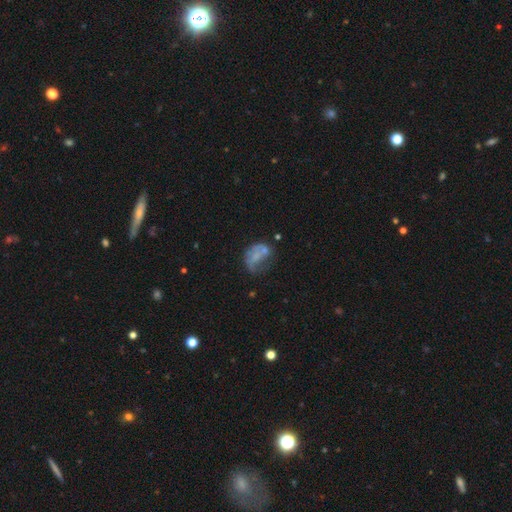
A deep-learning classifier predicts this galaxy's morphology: This is possibly a featured or disk galaxy (47%). Merging: marginally major disturbance (36%).